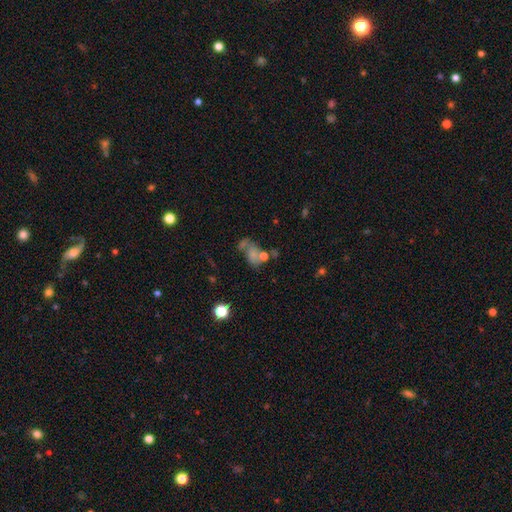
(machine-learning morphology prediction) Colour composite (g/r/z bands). It shows a smooth galaxy with no disk features (42%). Merging: merger (32%).